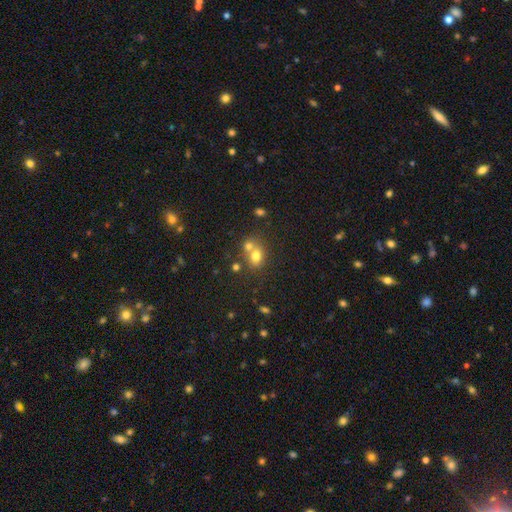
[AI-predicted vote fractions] This appears to be a smooth galaxy with no disk features (72%) that is in between round and cigar-shaped (50%). Merging: merger (50%).